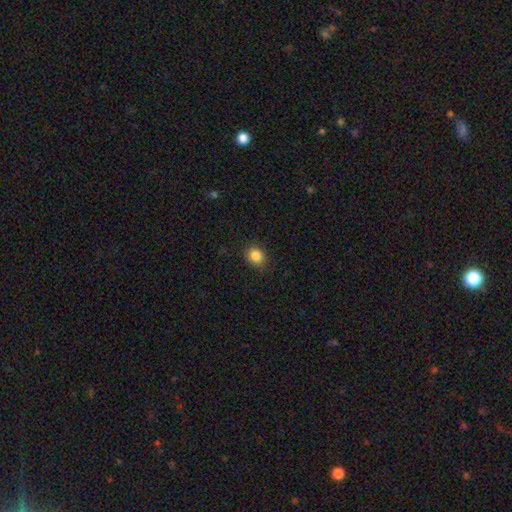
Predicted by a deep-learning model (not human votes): Smooth or featured? Predicted: smooth (p=0.85). How rounded? Predicted: round (p=0.70). Merging? Predicted: none (p=0.84).